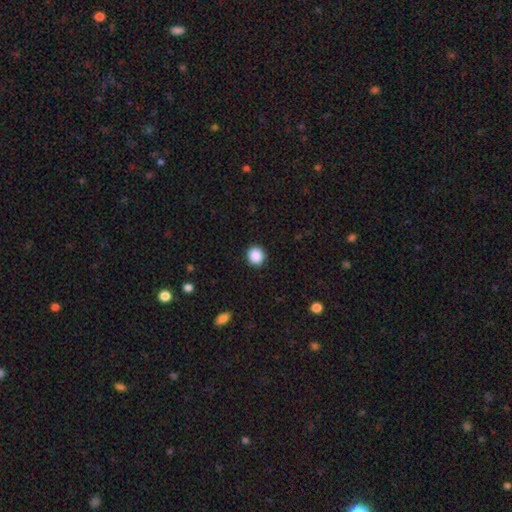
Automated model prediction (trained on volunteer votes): Overall: smooth (89%). How rounded: round (87%). Merging: none (91%).